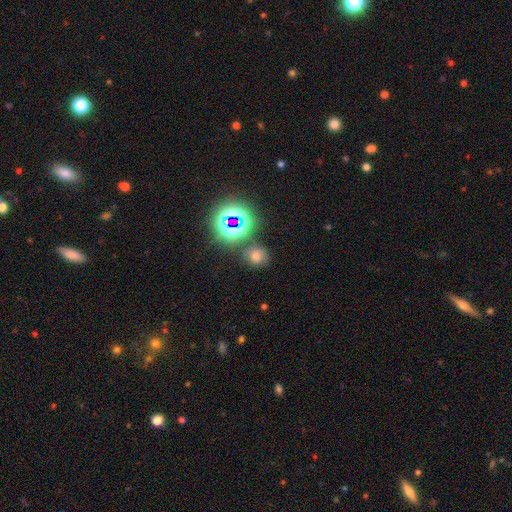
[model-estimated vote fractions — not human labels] A smooth galaxy with no disk features (55%) that is round (71%).

Vote fractions:
- Smooth or featured? smooth: 55% / star or artifact: 34% / featured or disk: 11%
- How rounded? round: 71% / in between: 28% / cigar-shaped: 1%
- Merging? none: 72% / minor disturbance: 14% / merger: 8% / major disturbance: 6%